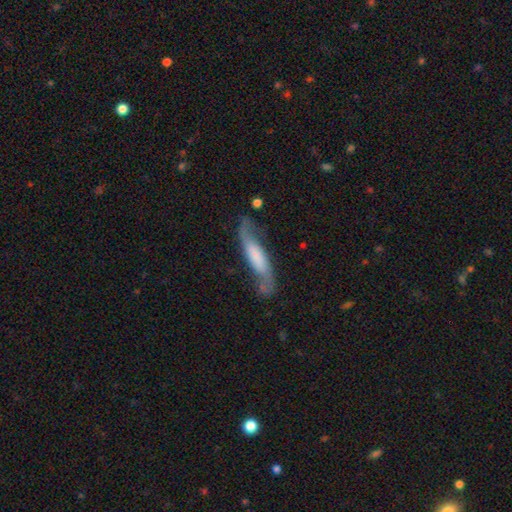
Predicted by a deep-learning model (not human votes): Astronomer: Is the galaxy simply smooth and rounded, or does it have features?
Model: featured or disk — 69%.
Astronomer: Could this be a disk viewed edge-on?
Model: no — 71%.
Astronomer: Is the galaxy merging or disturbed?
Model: none — 66%.